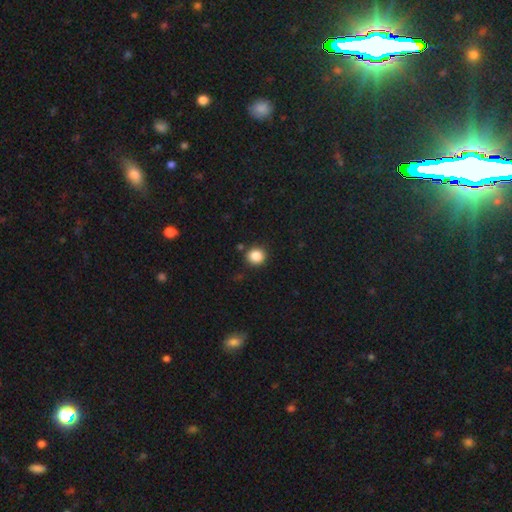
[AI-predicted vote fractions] Smooth or featured? smooth (86%)
How rounded? round (86%)
Merging? none (86%)